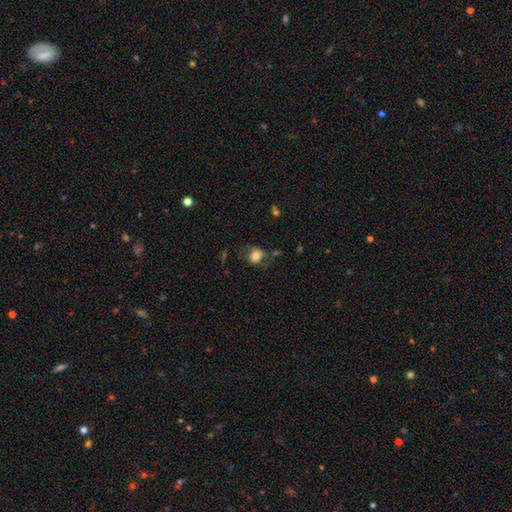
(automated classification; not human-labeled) Smooth or featured? smooth (69%)
How rounded? round (50%)
Merging? none (54%)